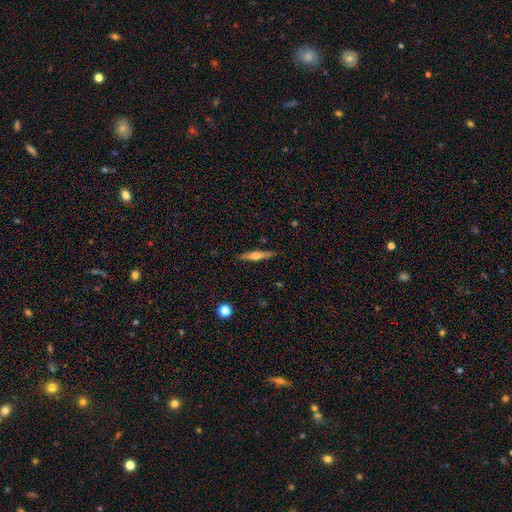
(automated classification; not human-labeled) Smooth or featured? Predicted: featured or disk (p=0.55). Edge-on disk? Predicted: yes (p=0.95). Edge-on bulge? Predicted: rounded (p=0.88). Merging? Predicted: none (p=0.88).